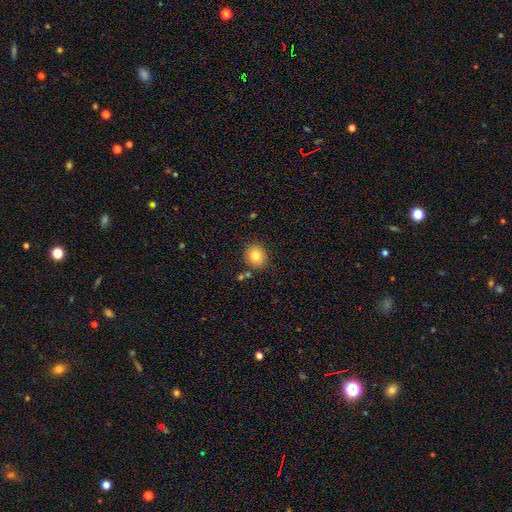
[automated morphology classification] Smooth or featured? Predicted: smooth (p=0.80). How rounded? Predicted: round (p=0.88). Merging? Predicted: none (p=0.84).